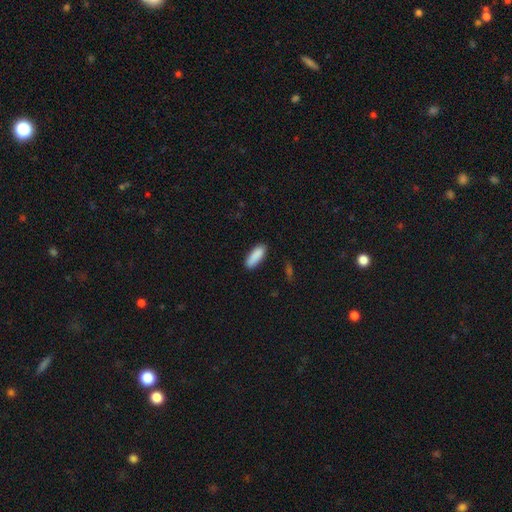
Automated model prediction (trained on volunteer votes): Smooth or featured? Predicted: smooth (p=0.90). How rounded? Predicted: in between (p=0.62). Merging? Predicted: none (p=0.86).